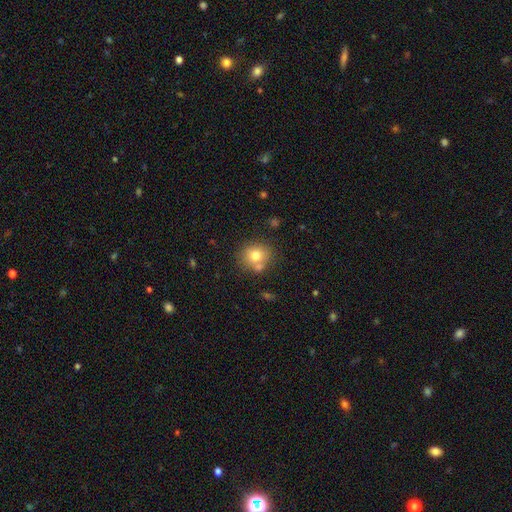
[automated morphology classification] Smooth or featured: smooth — 74% (featured or disk — 14%)
How rounded: round — 79% (in between — 20%)
Merging: none — 66% (merger — 17%)